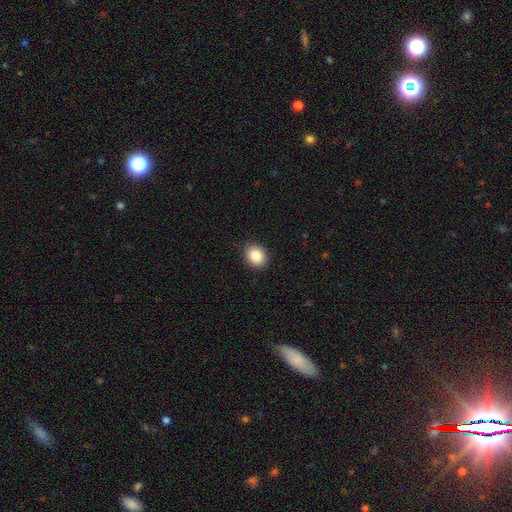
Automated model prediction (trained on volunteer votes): Smooth or featured? Predicted: smooth (p=0.86). How rounded? Predicted: round (p=0.63). Merging? Predicted: none (p=0.88).